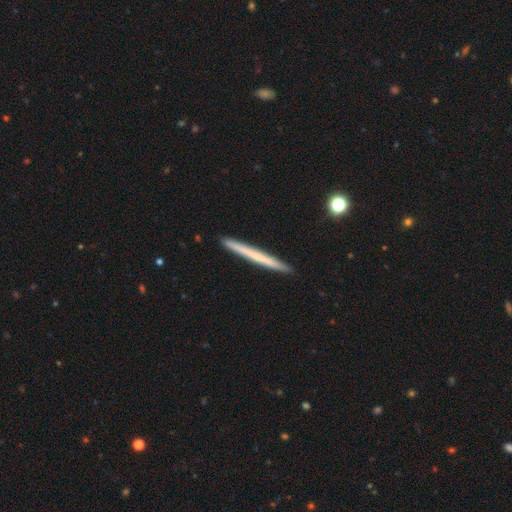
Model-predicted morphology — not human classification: smooth 53%, featured or disk 42%, star or artifact 6%. Down the decision tree: how rounded — cigar-shaped (97%); merging — none (92%).